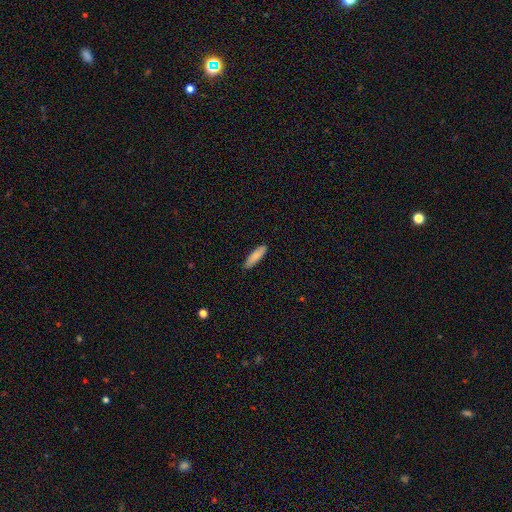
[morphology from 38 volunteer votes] Smooth or featured? 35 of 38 (92%) said smooth. How rounded? 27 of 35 (77%) said cigar-shaped. Merging? 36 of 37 (97%) said none.